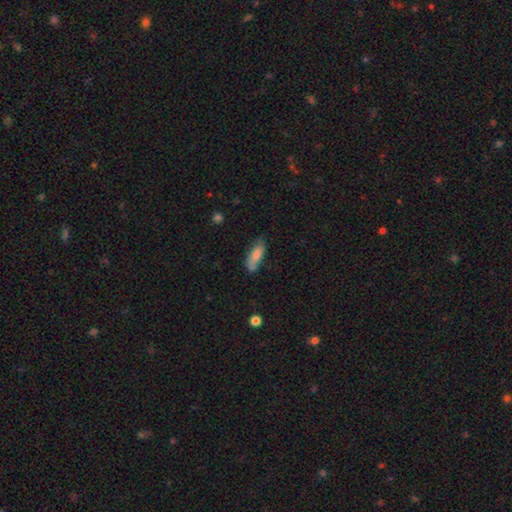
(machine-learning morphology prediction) smooth_or_featured: smooth (p=0.77) [alt: featured or disk p=0.16]
how_rounded: in between (p=0.59) [alt: cigar-shaped p=0.39]
merging: none (p=0.58) [alt: minor disturbance p=0.27]